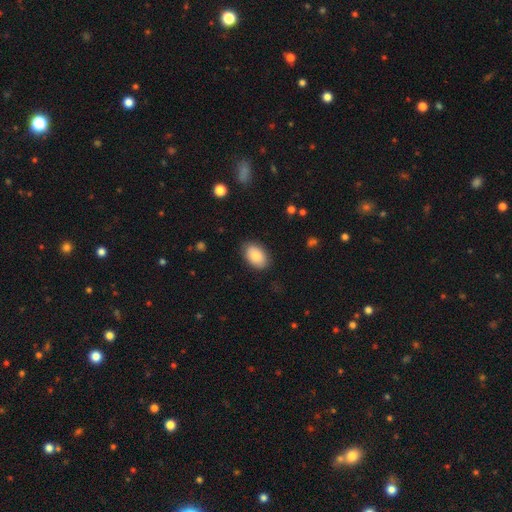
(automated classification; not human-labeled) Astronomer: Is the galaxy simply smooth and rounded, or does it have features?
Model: smooth — 83%.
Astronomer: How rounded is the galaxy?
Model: in between — 90%.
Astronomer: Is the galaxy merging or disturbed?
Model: none — 84%.